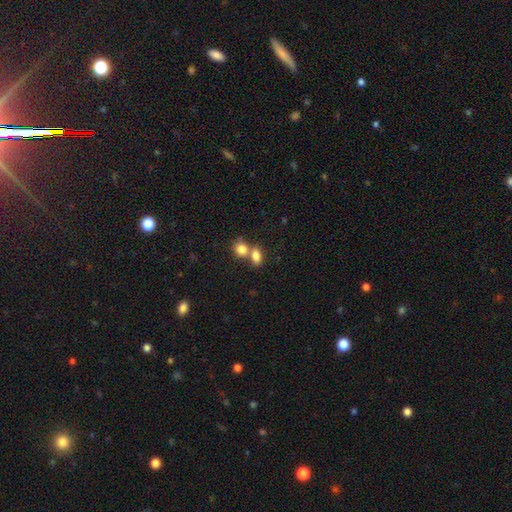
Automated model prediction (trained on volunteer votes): Morphology: type=smooth (80%); roundness=in between (70%); merging=merger (53%).